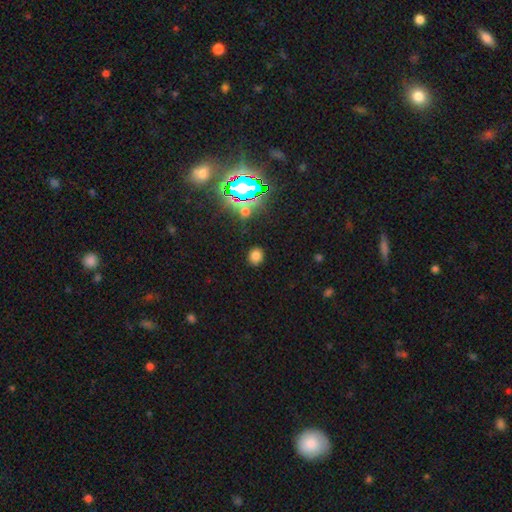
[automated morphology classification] Overall: smooth (74%). How rounded: round (69%; in between 30%). Merging: none (88%).